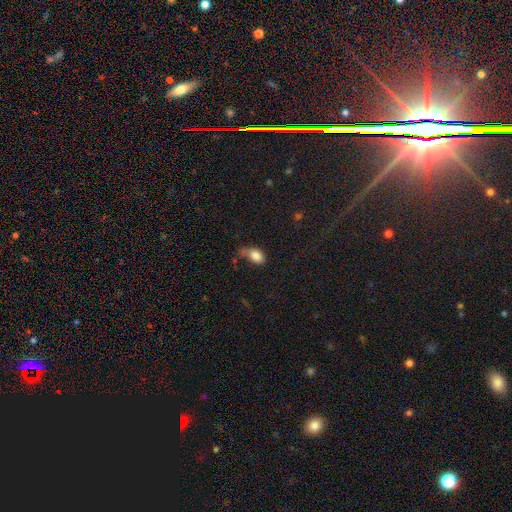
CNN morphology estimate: Smooth or featured: smooth — 83% (star or artifact — 9%)
How rounded: in between — 85% (round — 13%)
Merging: none — 39% (minor disturbance — 31%)